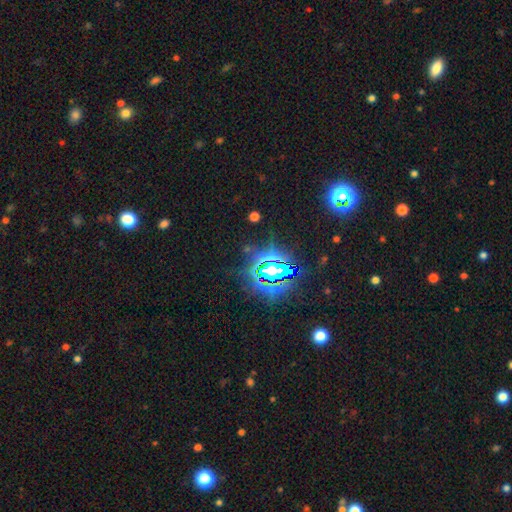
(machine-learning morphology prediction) Smooth or featured? Predicted: star or artifact (p=0.83).